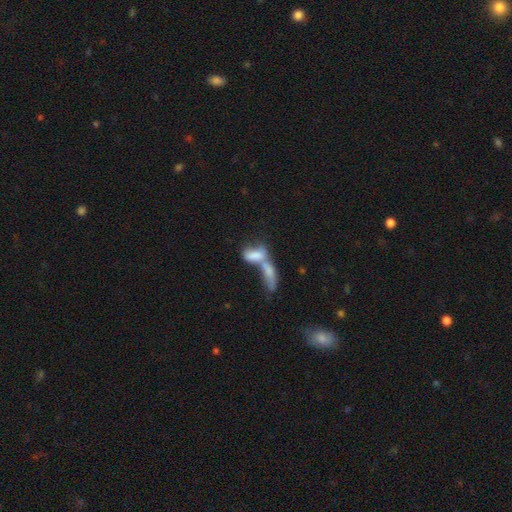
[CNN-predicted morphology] Smooth or featured?
  - smooth: 66% *
  - featured or disk: 25%
  - star or artifact: 9%
How rounded?
  - in between: 72% *
  - cigar-shaped: 22%
  - round: 5%
Merging?
  - merger: 75% *
  - none: 11%
  - major disturbance: 8%
  - minor disturbance: 6%